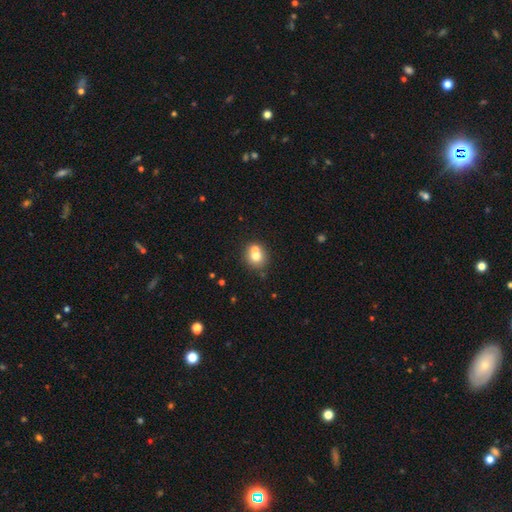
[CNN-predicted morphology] Smooth or featured: smooth — 69% (featured or disk — 19%)
How rounded: round — 82% (in between — 17%)
Merging: none — 51% (merger — 39%)